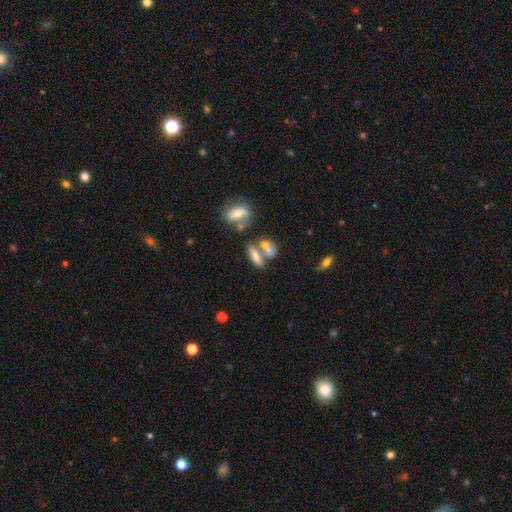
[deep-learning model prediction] Smooth or featured? Predicted: smooth (p=0.63). How rounded? Predicted: in between (p=0.55). Merging? Predicted: merger (p=0.42).